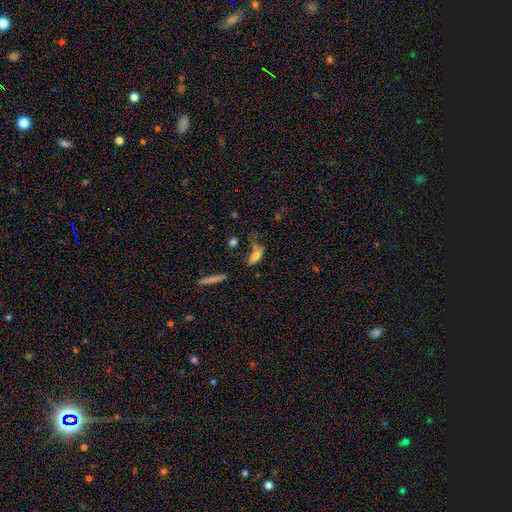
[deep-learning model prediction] A smooth galaxy with no disk features (68%) that is in between round and cigar-shaped (65%). Merging: none (40%).